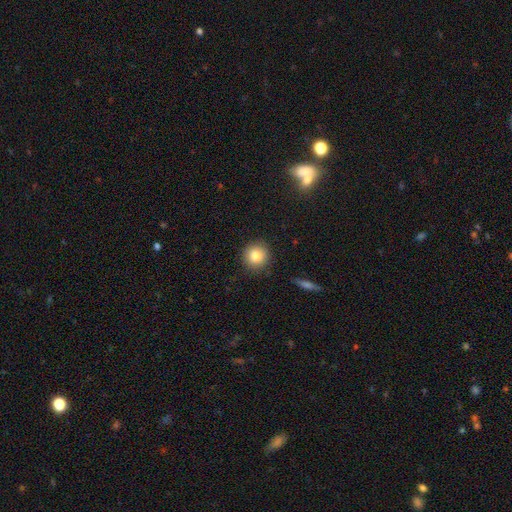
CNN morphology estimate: Smooth or featured? Predicted: smooth (p=0.83). How rounded? Predicted: round (p=0.93). Merging? Predicted: none (p=0.89).